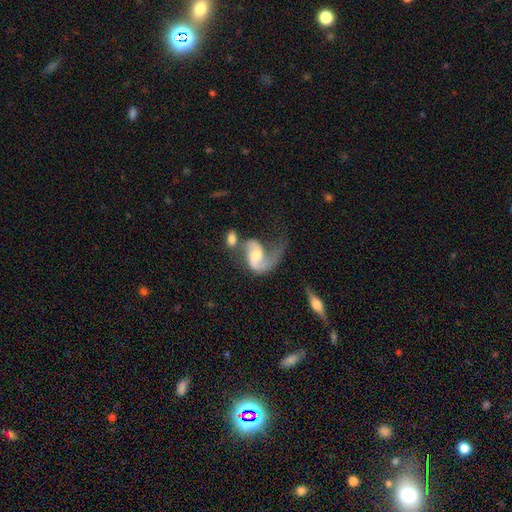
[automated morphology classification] Overall: featured or disk (81%). Edge-on disk: no (97%). Bar: no (54%; weak 36%). Spiral arms: yes (93%). Spiral arm count: 2 (53%; 1 41%). Spiral winding: loose (58%; medium 33%). Bulge size: moderate (60%; small 26%). Merging: merger (31%; major disturbance 30%).